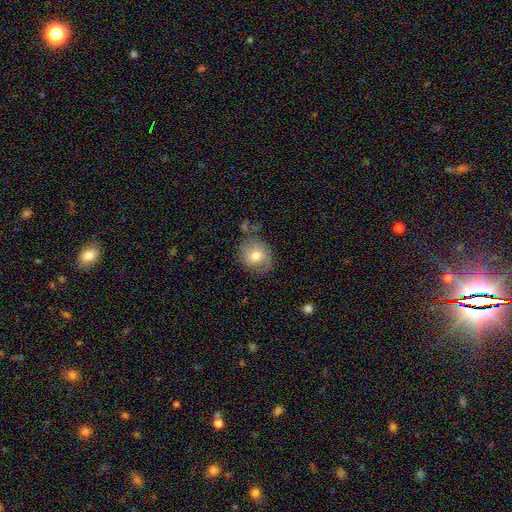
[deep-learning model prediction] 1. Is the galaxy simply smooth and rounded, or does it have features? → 64% smooth, 28% featured or disk, 8% star or artifact.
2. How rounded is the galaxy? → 68% round, 31% in between, 1% cigar-shaped.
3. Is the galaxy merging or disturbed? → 66% none, 22% minor disturbance, 8% major disturbance, 4% merger.